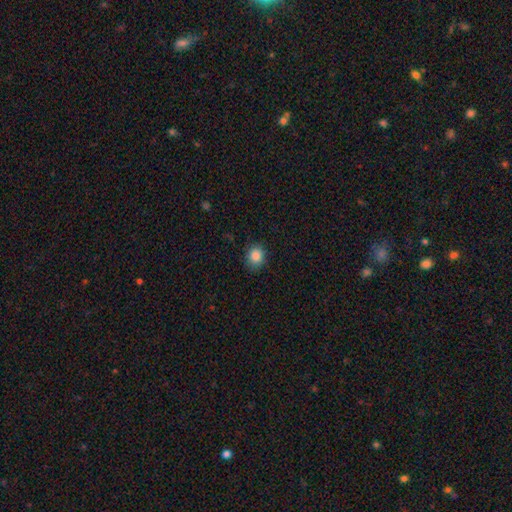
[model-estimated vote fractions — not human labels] Smooth or featured? Predicted: smooth (p=0.86). How rounded? Predicted: round (p=0.72). Merging? Predicted: none (p=0.85).